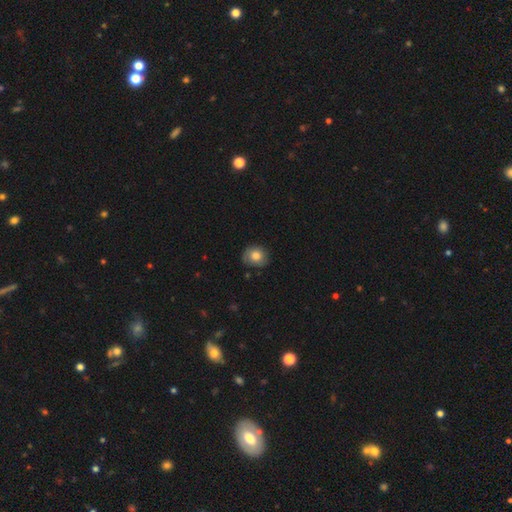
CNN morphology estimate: Overall: smooth (76%). How rounded: round (75%). Merging: none (76%).